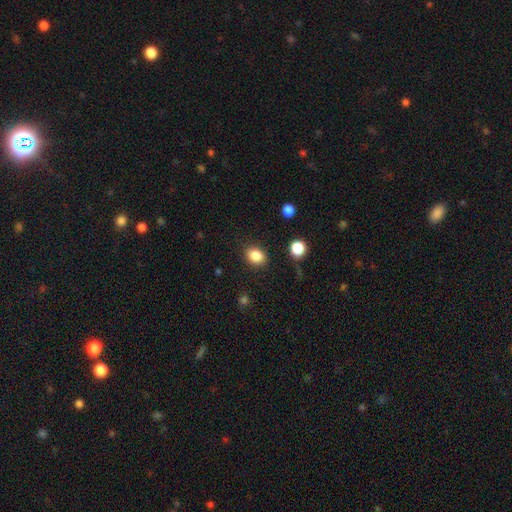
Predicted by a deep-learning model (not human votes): Smooth or featured?
  - smooth: 85% *
  - star or artifact: 10%
  - featured or disk: 5%
How rounded?
  - in between: 58% *
  - round: 41%
  - cigar-shaped: 1%
Merging?
  - none: 86% *
  - minor disturbance: 9%
  - major disturbance: 3%
  - merger: 2%